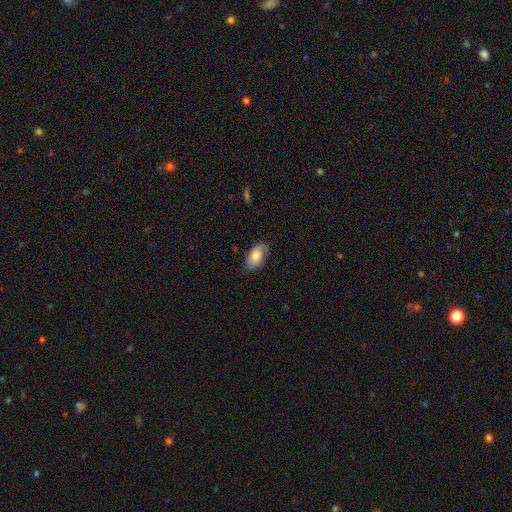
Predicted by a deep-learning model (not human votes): Smooth or featured?
  - smooth: 76% *
  - featured or disk: 17%
  - star or artifact: 6%
How rounded?
  - in between: 94% *
  - round: 3%
  - cigar-shaped: 2%
Merging?
  - none: 78% *
  - minor disturbance: 18%
  - major disturbance: 3%
  - merger: 1%